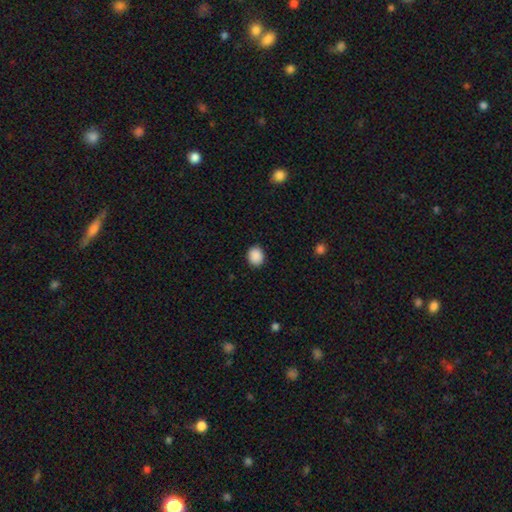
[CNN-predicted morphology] smooth_or_featured: smooth (p=0.90) [alt: star or artifact p=0.08]
how_rounded: round (p=0.57) [alt: in between p=0.42]
merging: none (p=0.90) [alt: minor disturbance p=0.07]